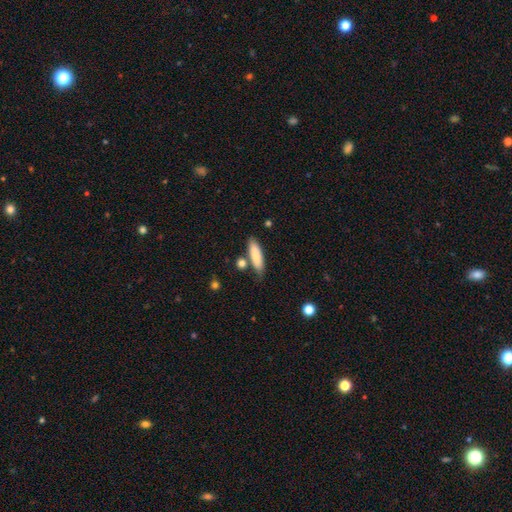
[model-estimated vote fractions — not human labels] This is clearly a smooth galaxy (80%). How rounded: possibly cigar-shaped (57%). Merging: likely none (73%).